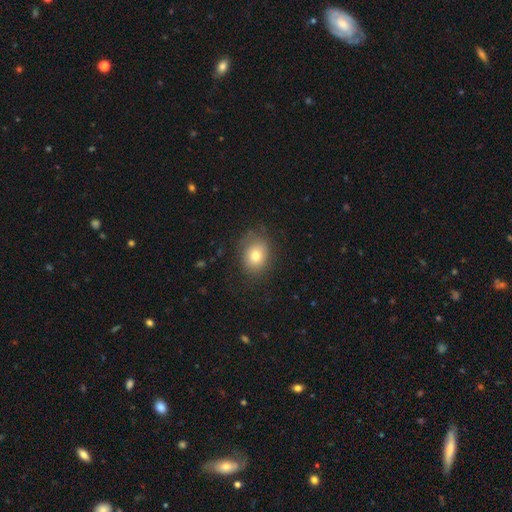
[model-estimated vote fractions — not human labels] Smooth or featured? Predicted: smooth (p=0.76). How rounded? Predicted: round (p=0.52). Merging? Predicted: none (p=0.76).